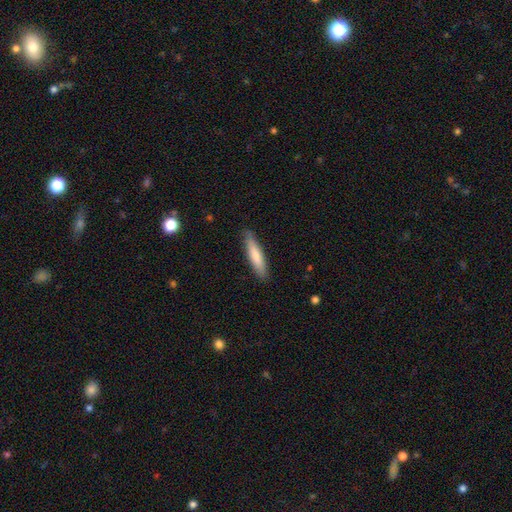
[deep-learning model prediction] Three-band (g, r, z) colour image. It shows a smooth galaxy with no disk features (77%) that is cigar-shaped (82%). Merging: none (87%).